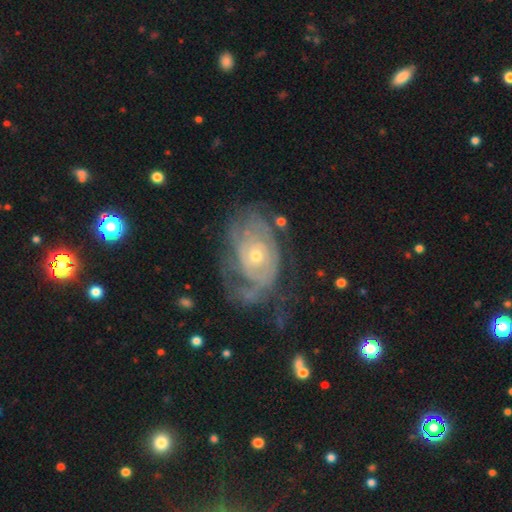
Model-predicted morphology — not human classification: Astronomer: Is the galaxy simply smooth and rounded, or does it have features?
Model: featured or disk — 81%.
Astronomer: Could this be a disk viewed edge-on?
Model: no — 96%.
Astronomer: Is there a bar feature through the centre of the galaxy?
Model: no — 81%.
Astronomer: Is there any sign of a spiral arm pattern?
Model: yes — 85%.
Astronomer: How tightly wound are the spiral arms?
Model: tight — 67%.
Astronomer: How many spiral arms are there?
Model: can't tell — 50%.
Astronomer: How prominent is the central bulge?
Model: small — 60% (runner-up: moderate, 37%).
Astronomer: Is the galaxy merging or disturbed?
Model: none — 51%.